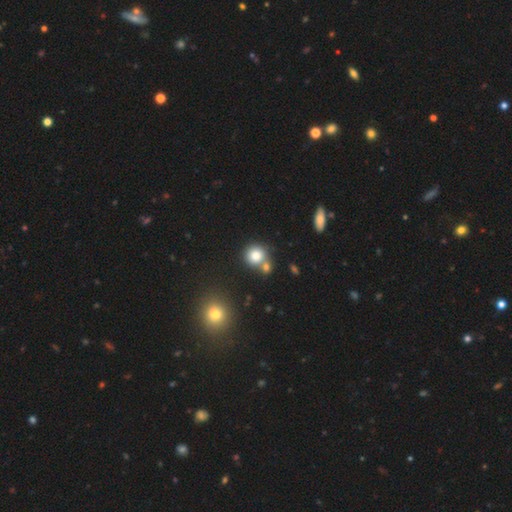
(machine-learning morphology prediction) Overall: smooth (80%). How rounded: round (87%). Merging: none (58%; merger 29%).